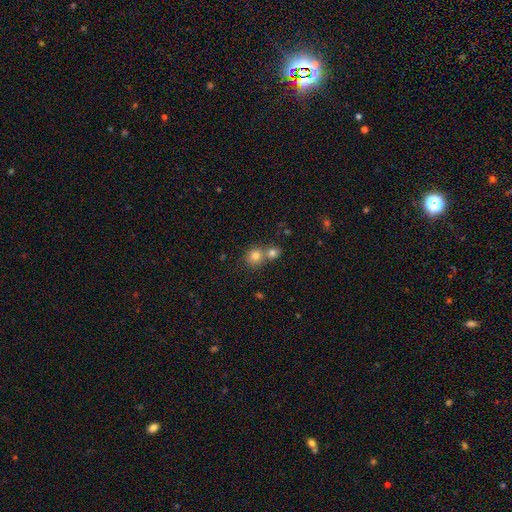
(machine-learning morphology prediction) Smooth or featured?
  - smooth: 79% *
  - star or artifact: 12%
  - featured or disk: 9%
How rounded?
  - round: 85% *
  - in between: 14%
  - cigar-shaped: 1%
Merging?
  - merger: 47% *
  - none: 45%
  - minor disturbance: 6%
  - major disturbance: 2%